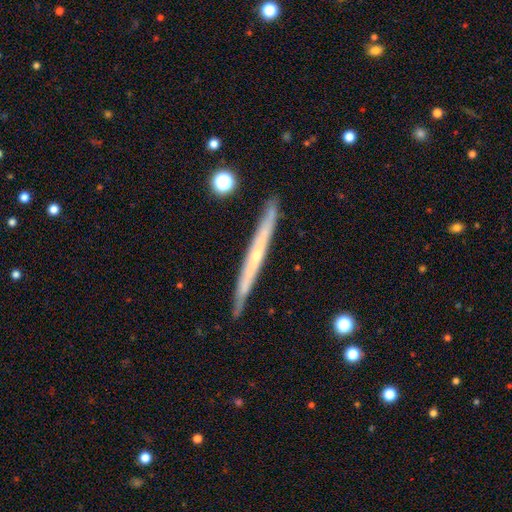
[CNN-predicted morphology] A featured or disk galaxy (70%) viewed edge-on (96%) with no central bulge (55%). Merging: none (89%).